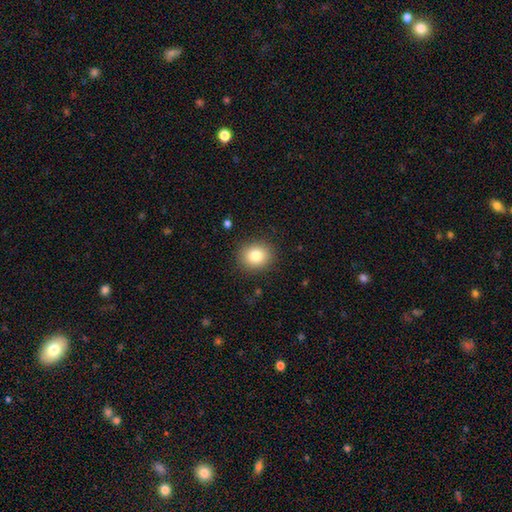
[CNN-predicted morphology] Smooth or featured: smooth — 82% (star or artifact — 10%)
How rounded: round — 74% (in between — 26%)
Merging: none — 88% (minor disturbance — 8%)